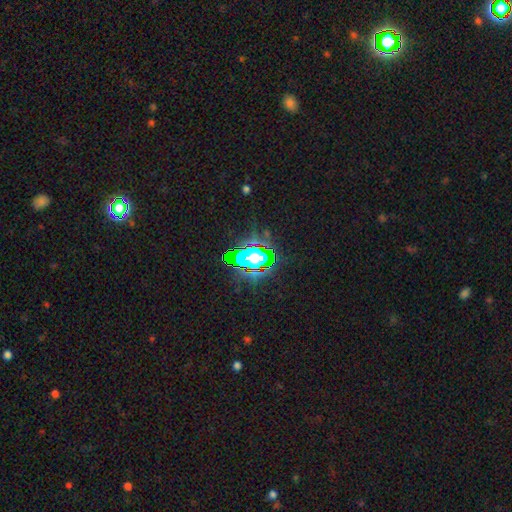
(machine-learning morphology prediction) Smooth or featured? Predicted: star or artifact (p=0.58).